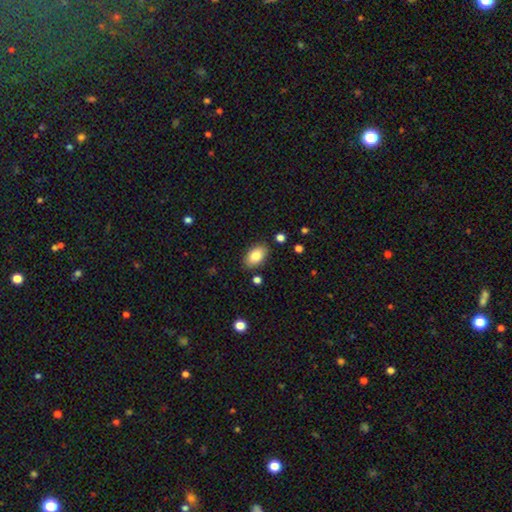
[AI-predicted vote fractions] A smooth galaxy with no disk features (84%) that is in between round and cigar-shaped (92%).

Vote fractions:
- Smooth or featured? smooth: 84% / featured or disk: 9% / star or artifact: 7%
- How rounded? in between: 92% / round: 6% / cigar-shaped: 2%
- Merging? none: 85% / minor disturbance: 10% / major disturbance: 2% / merger: 2%